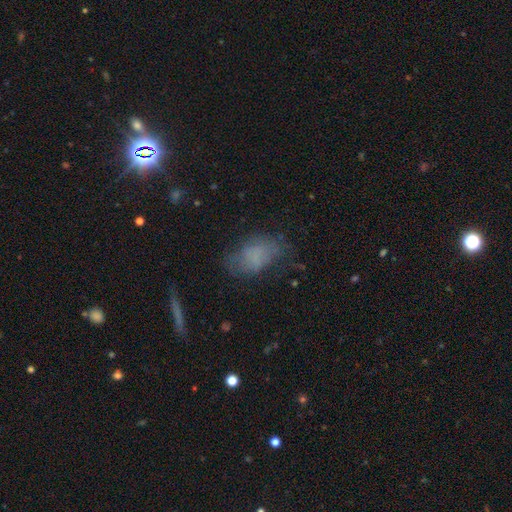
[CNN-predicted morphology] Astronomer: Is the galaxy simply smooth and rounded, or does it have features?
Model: smooth — 64%.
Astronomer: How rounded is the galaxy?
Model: in between — 87%.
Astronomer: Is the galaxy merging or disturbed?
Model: none — 55%.